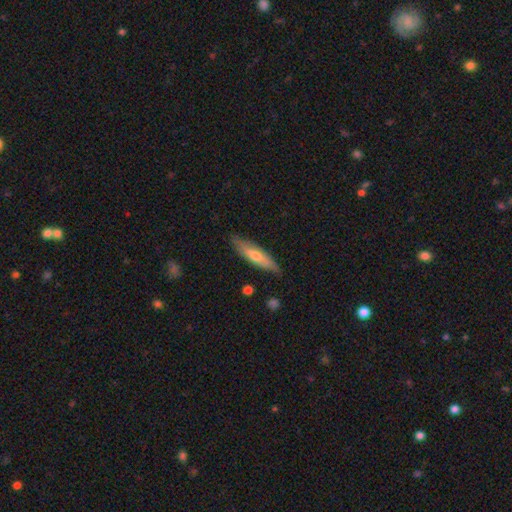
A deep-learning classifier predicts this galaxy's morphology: smooth_or_featured: smooth (p=0.54) [alt: featured or disk p=0.40]
how_rounded: cigar-shaped (p=0.76) [alt: in between p=0.22]
merging: none (p=0.83) [alt: minor disturbance p=0.13]